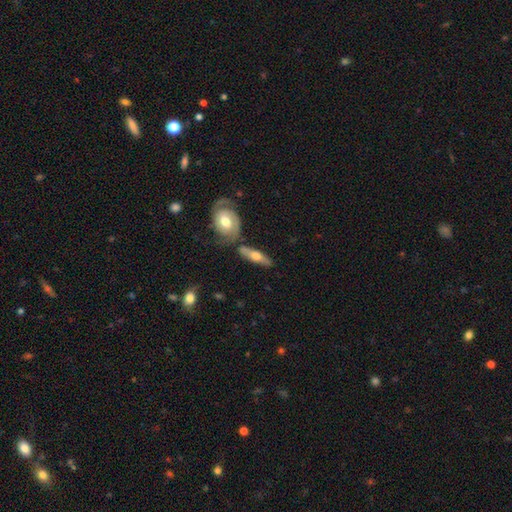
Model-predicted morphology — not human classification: Smooth or featured: featured or disk — 50% (smooth — 45%)
Merging: none — 68% (minor disturbance — 14%)